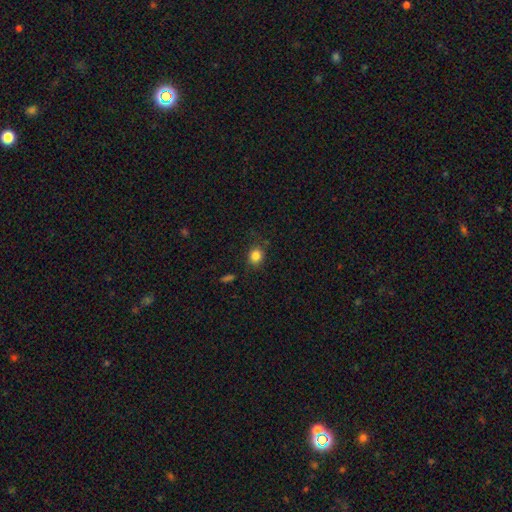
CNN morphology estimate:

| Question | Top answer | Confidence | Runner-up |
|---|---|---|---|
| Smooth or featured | smooth | 84% | star or artifact (11%) |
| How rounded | round | 68% | in between (31%) |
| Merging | none | 81% | minor disturbance (13%) |